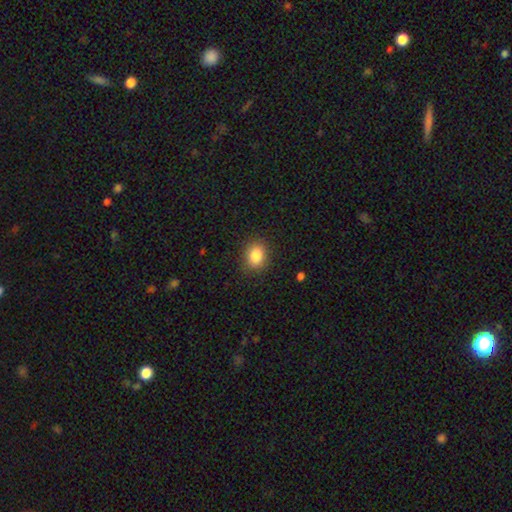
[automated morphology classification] This appears to be a smooth galaxy with no disk features (85%) that is in between round and cigar-shaped (52%). Merging: none (87%).